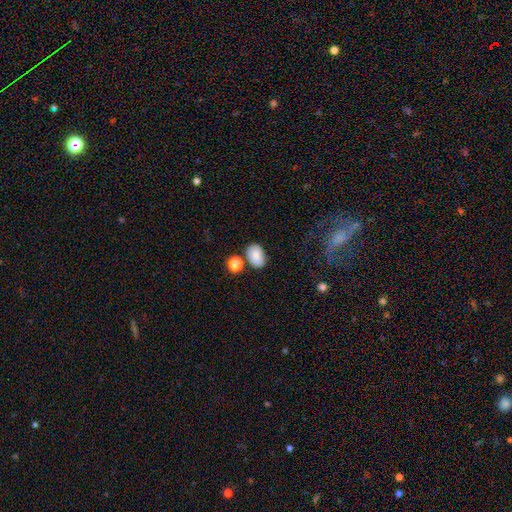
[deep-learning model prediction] smooth_or_featured: smooth (p=0.85) [alt: star or artifact p=0.08]
how_rounded: in between (p=0.83) [alt: round p=0.16]
merging: none (p=0.73) [alt: minor disturbance p=0.14]